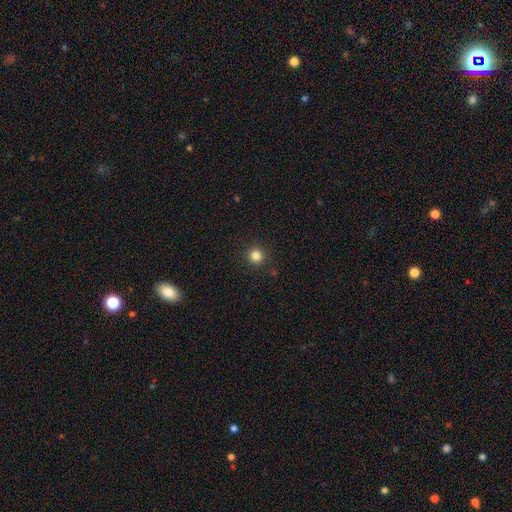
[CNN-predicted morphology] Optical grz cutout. It shows a smooth galaxy with no disk features (83%) that is round (95%). Merging: none (92%).